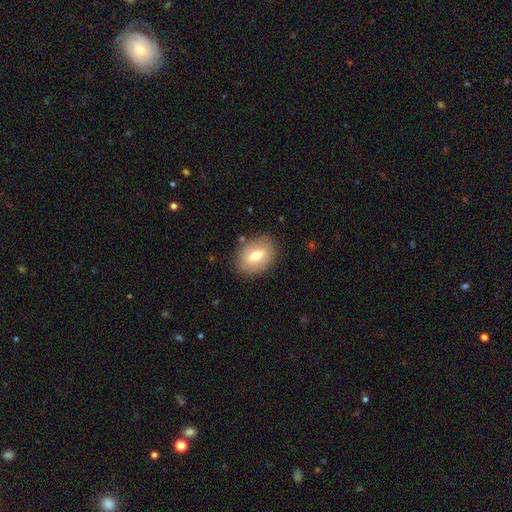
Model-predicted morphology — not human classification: type=smooth (67%); roundness=in between (76%); merging=none (84%).